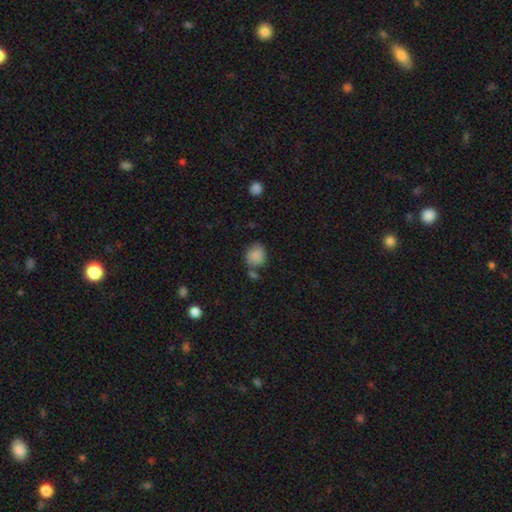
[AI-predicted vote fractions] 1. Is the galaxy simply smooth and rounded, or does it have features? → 86% smooth, 8% star or artifact, 5% featured or disk.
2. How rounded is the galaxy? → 76% round, 23% in between, 1% cigar-shaped.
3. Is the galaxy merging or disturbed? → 66% none, 17% minor disturbance, 13% merger, 5% major disturbance.